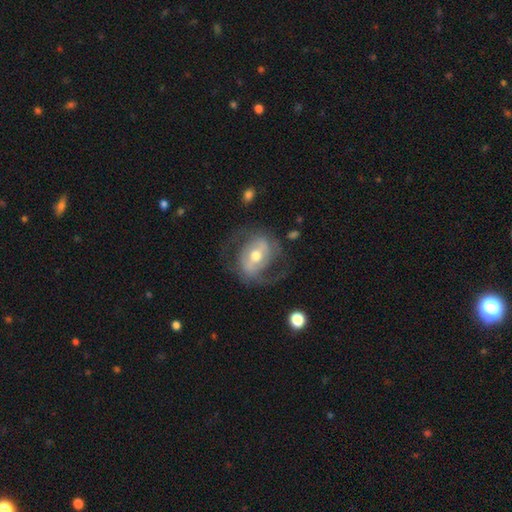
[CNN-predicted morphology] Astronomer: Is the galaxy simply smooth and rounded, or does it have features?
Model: featured or disk — 79%.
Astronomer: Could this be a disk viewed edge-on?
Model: no — 96%.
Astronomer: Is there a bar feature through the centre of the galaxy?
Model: weak — 39% (runner-up: strong, 37%).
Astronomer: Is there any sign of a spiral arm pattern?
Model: yes — 84%.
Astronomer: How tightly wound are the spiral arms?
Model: medium — 49% (runner-up: loose, 30%).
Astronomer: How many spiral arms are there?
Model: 2 — 84%.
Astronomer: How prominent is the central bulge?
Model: moderate — 71%.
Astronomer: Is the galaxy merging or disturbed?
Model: none — 65%.